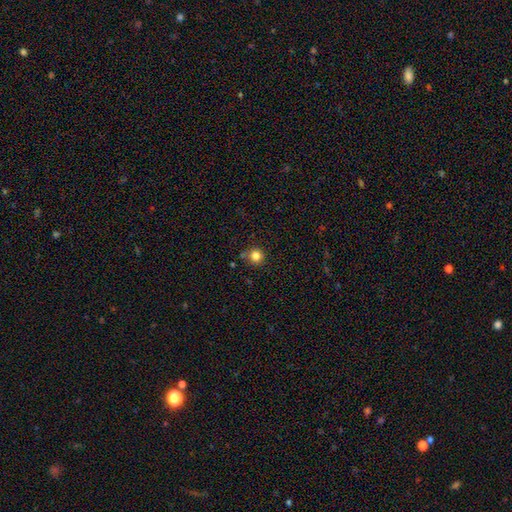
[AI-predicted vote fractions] This is clearly a smooth galaxy (83%). How rounded: clearly round (94%). Merging: clearly none (81%).